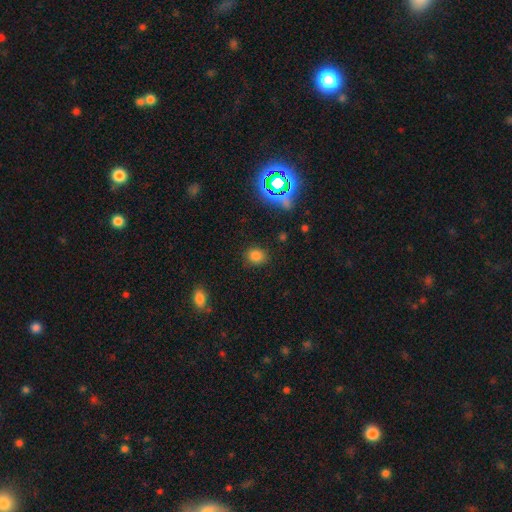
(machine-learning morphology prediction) A smooth galaxy with no disk features (77%) that is round (68%).

Vote fractions:
- Smooth or featured? smooth: 77% / star or artifact: 18% / featured or disk: 5%
- How rounded? round: 68% / in between: 30% / cigar-shaped: 1%
- Merging? none: 86% / minor disturbance: 9% / major disturbance: 3% / merger: 2%